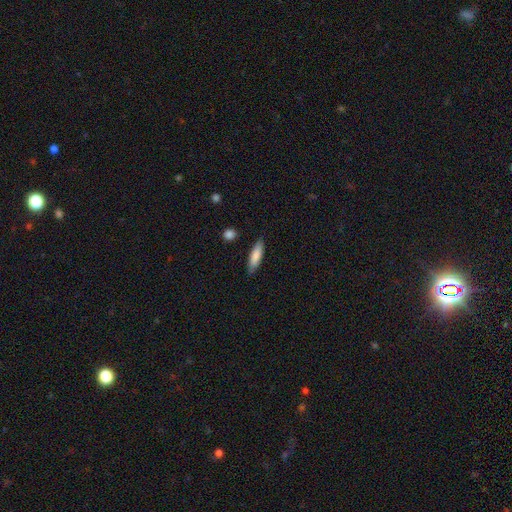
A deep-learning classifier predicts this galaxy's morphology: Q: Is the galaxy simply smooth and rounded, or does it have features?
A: smooth — 82%.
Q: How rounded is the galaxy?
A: cigar-shaped — 63%.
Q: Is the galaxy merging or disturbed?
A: none — 85%.